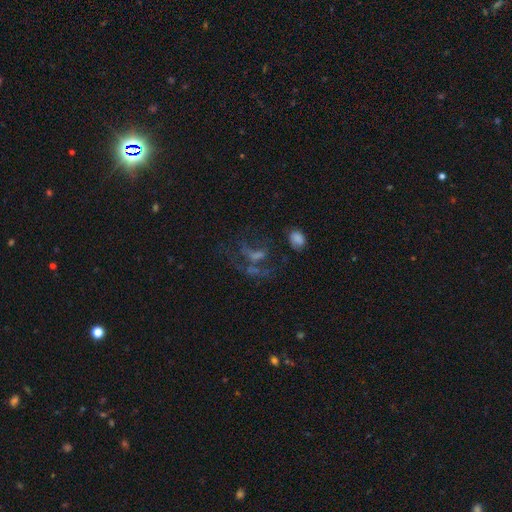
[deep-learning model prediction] Morphology: type=featured or disk (47%); merging=major disturbance (38%).